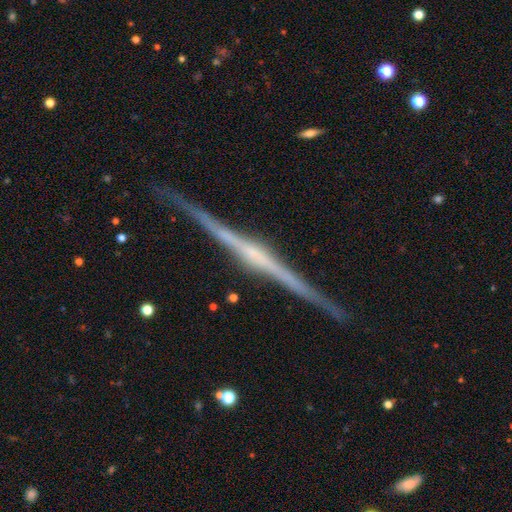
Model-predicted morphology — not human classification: featured or disk 87%, smooth 7%, star or artifact 5%. Down the decision tree: edge-on disk — yes (99%); edge-on bulge — rounded (46%); merging — none (90%).